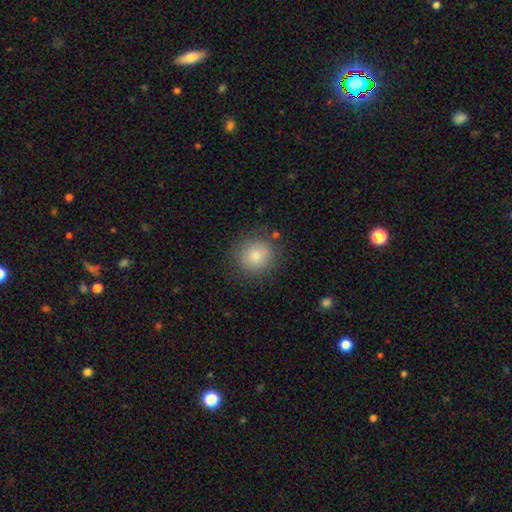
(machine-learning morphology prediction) smooth_or_featured: smooth (p=0.84) [alt: star or artifact p=0.09]
how_rounded: round (p=0.88) [alt: in between p=0.11]
merging: none (p=0.82) [alt: minor disturbance p=0.12]